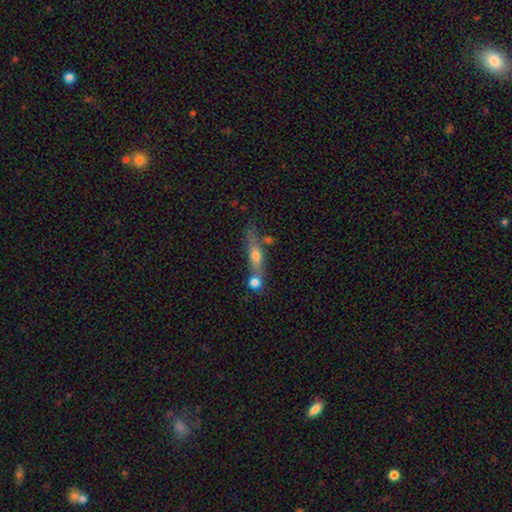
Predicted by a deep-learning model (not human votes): Overall: featured or disk (46%; smooth 43%). Merging: none (47%; merger 33%).